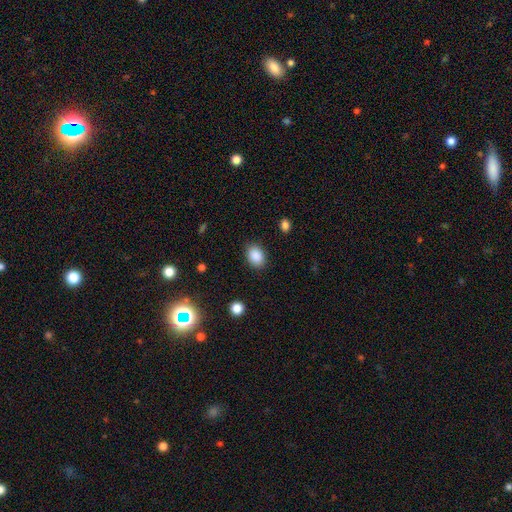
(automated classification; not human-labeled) Q: Smooth or featured?
A: smooth (88%); runner-up: star or artifact (8%)
Q: How rounded?
A: in between (70%); runner-up: round (29%)
Q: Merging?
A: none (86%); runner-up: minor disturbance (10%)